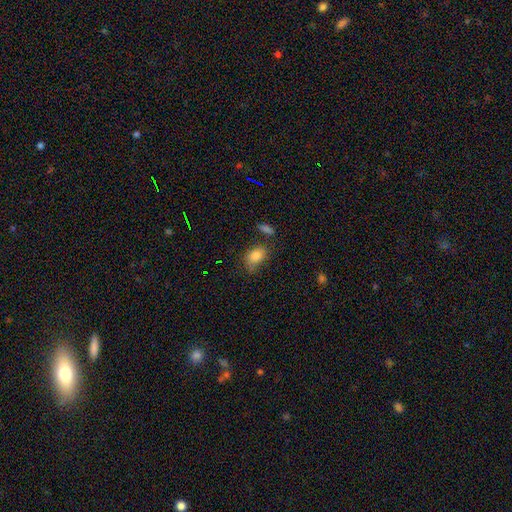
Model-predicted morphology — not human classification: type=smooth (82%); roundness=in between (83%); merging=none (63%).